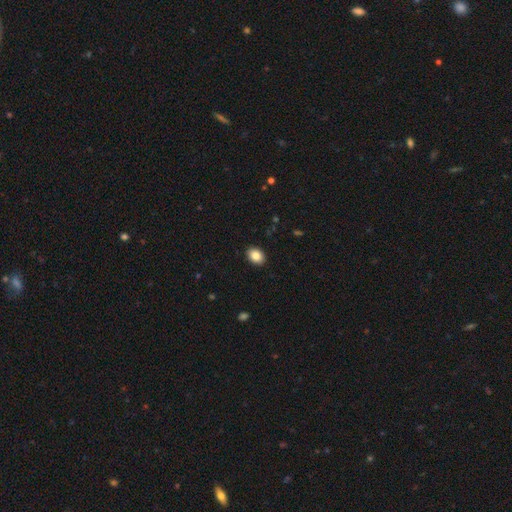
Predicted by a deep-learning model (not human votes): Smooth or featured? Predicted: smooth (p=0.86). How rounded? Predicted: in between (p=0.69). Merging? Predicted: none (p=0.91).